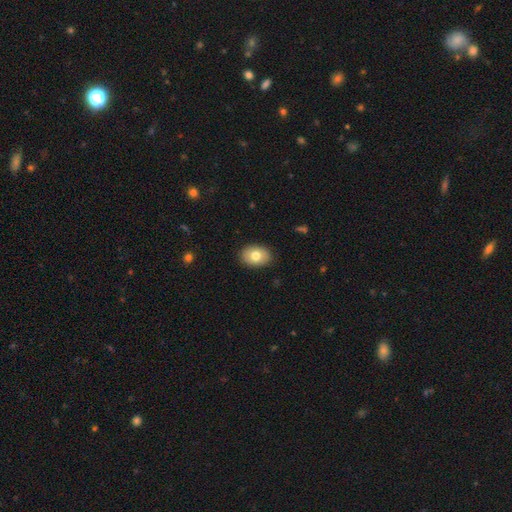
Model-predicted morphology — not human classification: Overall: smooth (78%). How rounded: in between (77%). Merging: none (89%).